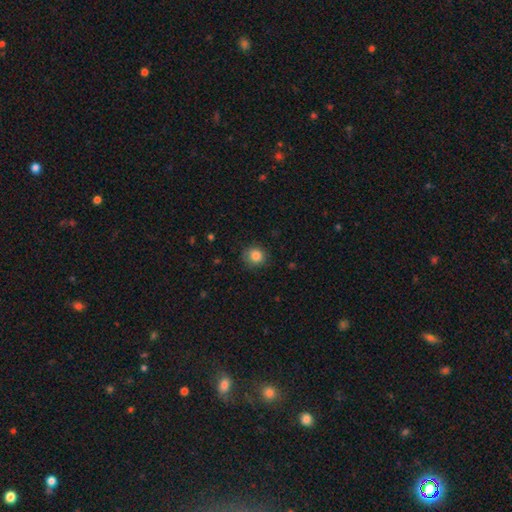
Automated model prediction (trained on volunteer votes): Overall: smooth (86%). How rounded: round (87%). Merging: none (82%).